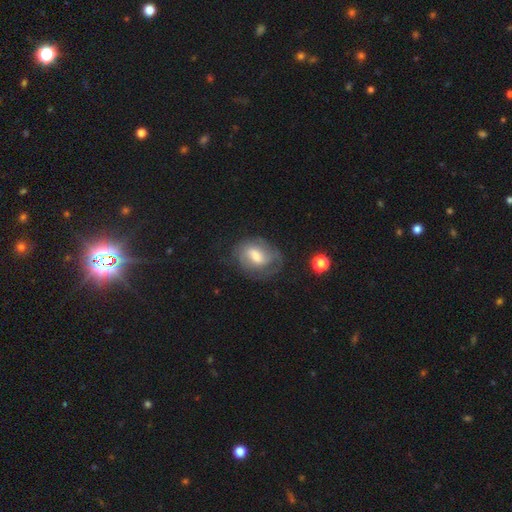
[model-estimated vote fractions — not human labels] smooth_or_featured: featured or disk (p=0.57) [alt: smooth p=0.35]
disk_edge_on: no (p=0.96) [alt: yes p=0.04]
bar: weak (p=0.52) [alt: no p=0.28]
has_spiral_arms: yes (p=0.79) [alt: no p=0.21]
bulge_size: moderate (p=0.48) [alt: large p=0.22]
merging: none (p=0.59) [alt: minor disturbance p=0.24]